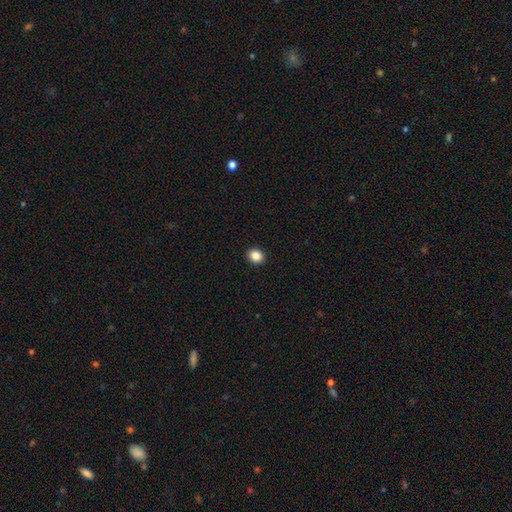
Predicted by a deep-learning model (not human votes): Smooth or featured? Predicted: smooth (p=0.87). How rounded? Predicted: round (p=0.66). Merging? Predicted: none (p=0.93).